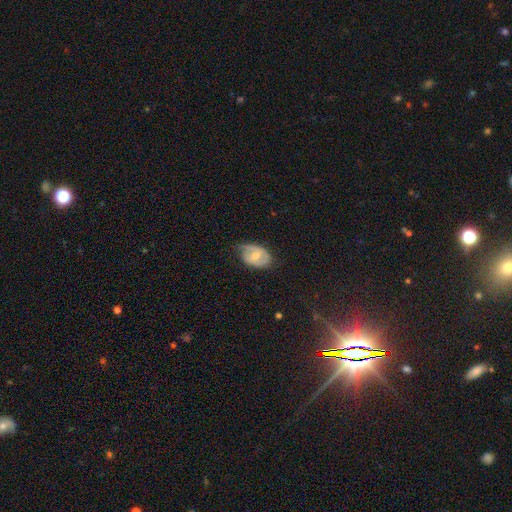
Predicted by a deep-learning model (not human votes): smooth-or-featured: featured or disk: 50% | smooth: 44% | star or artifact: 7%
  merging: none: 54% | minor disturbance: 34% | major disturbance: 11% | merger: 1%